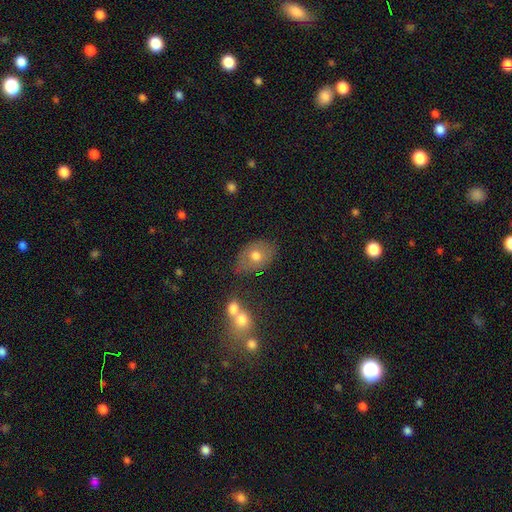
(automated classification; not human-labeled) Overall: smooth (66%). How rounded: in between (77%). Merging: none (70%).